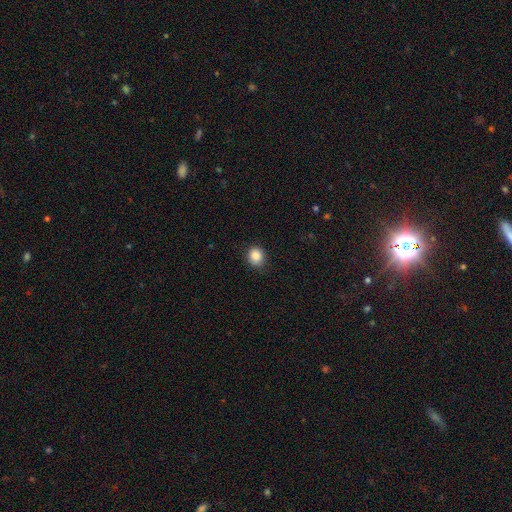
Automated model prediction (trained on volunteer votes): smooth_or_featured: smooth (p=0.87) [alt: star or artifact p=0.09]
how_rounded: round (p=0.77) [alt: in between p=0.22]
merging: none (p=0.83) [alt: minor disturbance p=0.13]